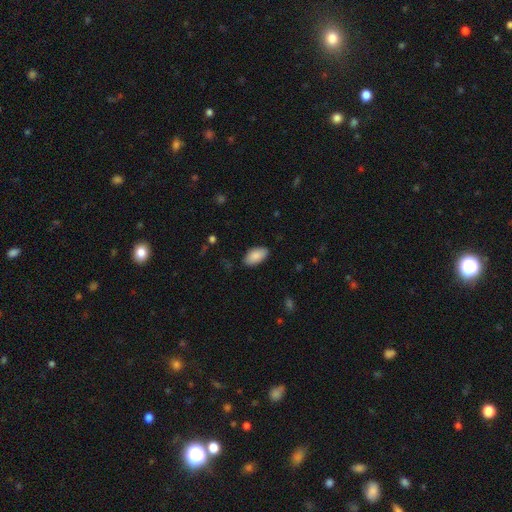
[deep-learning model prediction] Smooth or featured: smooth — 88% (star or artifact — 6%)
How rounded: in between — 95% (round — 3%)
Merging: none — 85% (minor disturbance — 12%)